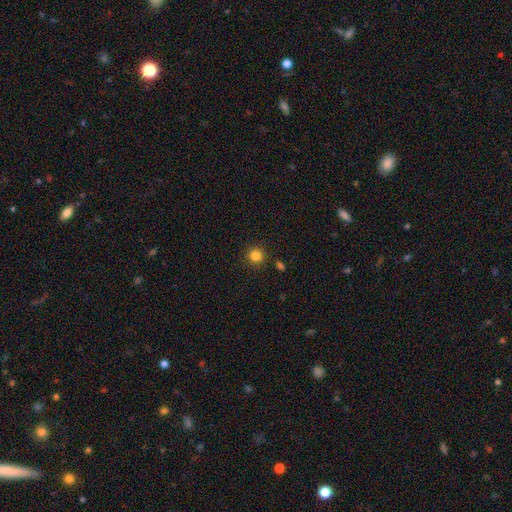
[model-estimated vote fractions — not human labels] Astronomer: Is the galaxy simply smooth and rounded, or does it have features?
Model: smooth — 83%.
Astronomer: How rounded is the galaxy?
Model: round — 94%.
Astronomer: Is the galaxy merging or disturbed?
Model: none — 89%.